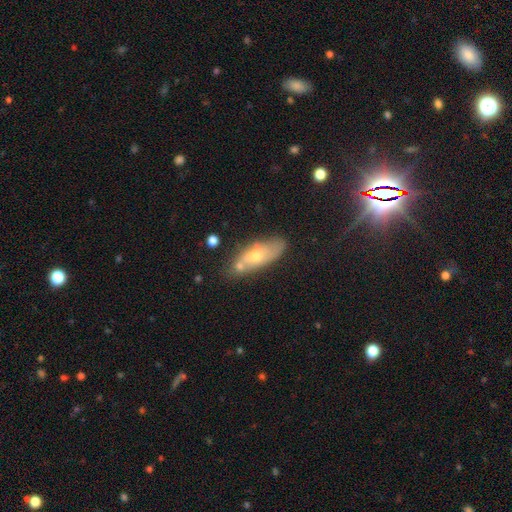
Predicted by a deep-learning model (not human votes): Smooth or featured? smooth (52%)
How rounded? in between (66%)
Merging? none (60%)